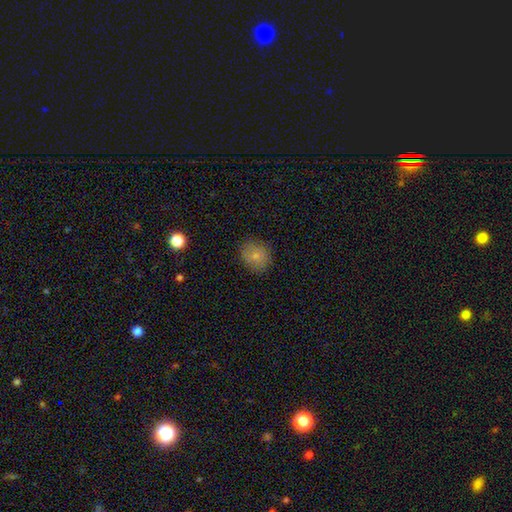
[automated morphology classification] Smooth or featured?
  - smooth: 78% *
  - star or artifact: 11%
  - featured or disk: 10%
How rounded?
  - round: 76% *
  - in between: 23%
  - cigar-shaped: 1%
Merging?
  - none: 81% *
  - minor disturbance: 13%
  - major disturbance: 4%
  - merger: 1%